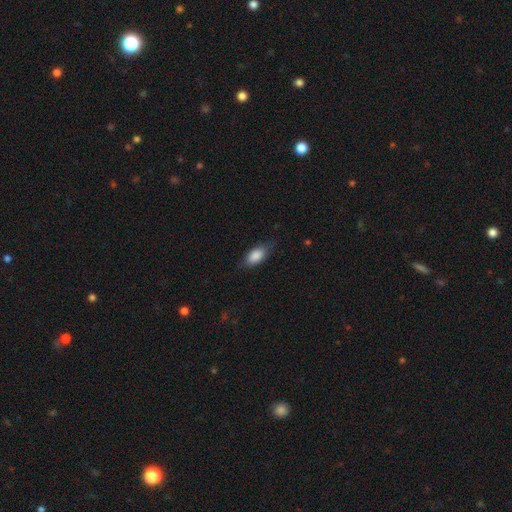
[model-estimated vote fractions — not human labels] This is clearly a smooth galaxy (85%). How rounded: clearly in between (88%). Merging: likely none (76%).